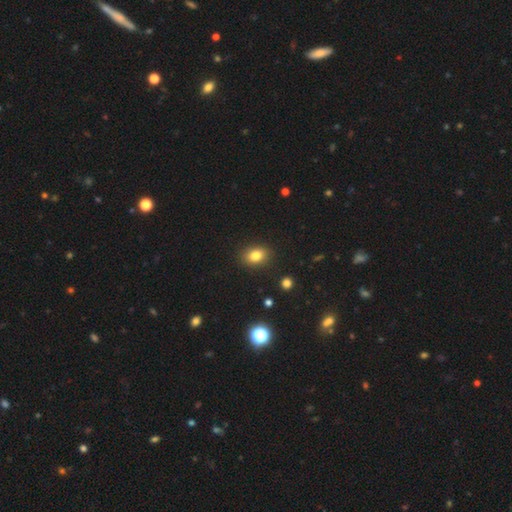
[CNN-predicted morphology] The model was most divided on "how rounded": in between: 68%, round: 30%, cigar-shaped: 1%. More confident: merging — none (88%); smooth or featured — smooth (81%).